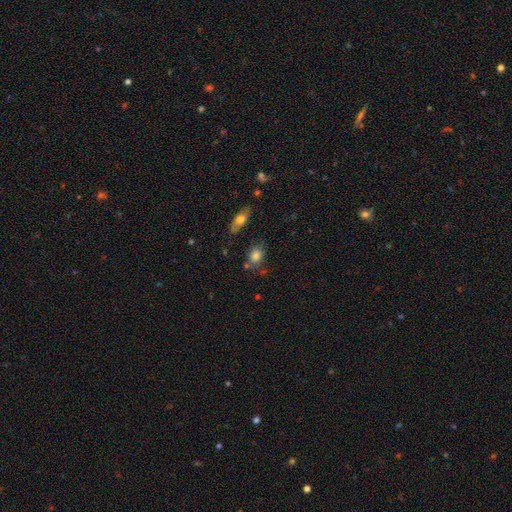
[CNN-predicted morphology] smooth-or-featured: smooth: 80% | featured or disk: 11% | star or artifact: 9%
  how-rounded: in between: 67% | round: 29% | cigar-shaped: 3%
  merging: none: 70% | minor disturbance: 17% | merger: 8% | major disturbance: 5%